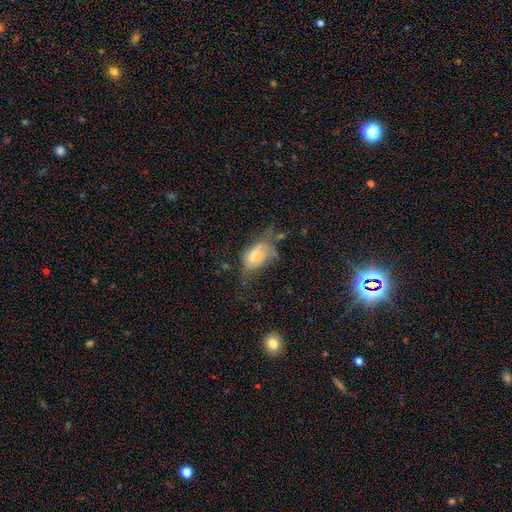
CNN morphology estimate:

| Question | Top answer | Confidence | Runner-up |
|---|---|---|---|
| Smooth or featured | smooth | 63% | featured or disk (29%) |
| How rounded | in between | 89% | round (9%) |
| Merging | major disturbance | 35% | minor disturbance (31%) |